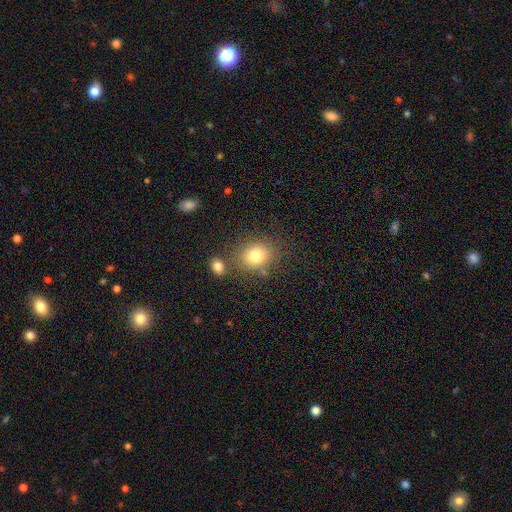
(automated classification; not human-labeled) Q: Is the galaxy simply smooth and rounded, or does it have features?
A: smooth — 80%.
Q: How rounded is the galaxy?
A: round — 55%.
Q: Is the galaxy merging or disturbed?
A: none — 71%.